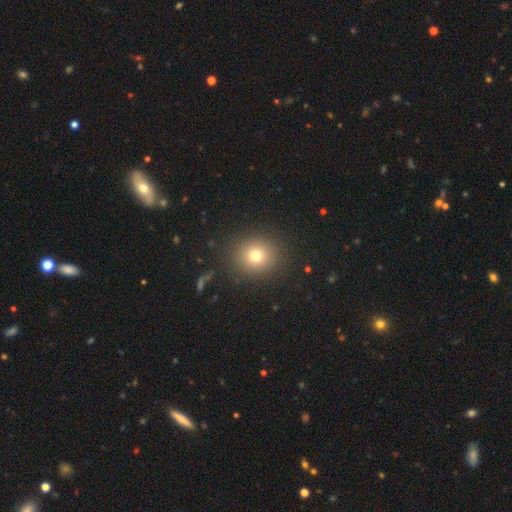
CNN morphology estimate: smooth 75%, star or artifact 15%, featured or disk 10%. Down the decision tree: how rounded — round (89%); merging — none (89%).